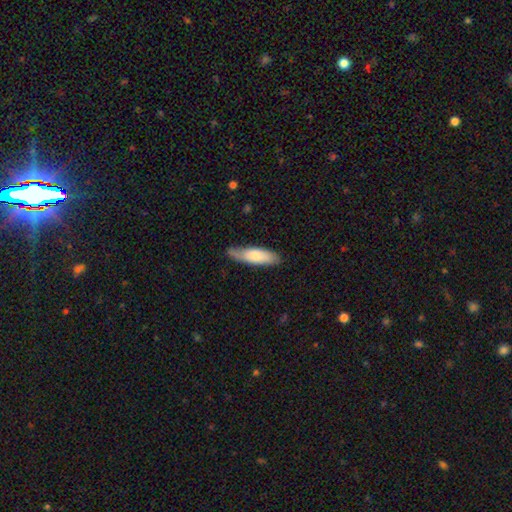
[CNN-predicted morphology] Overall: smooth (75%). How rounded: cigar-shaped (54%; in between 44%). Merging: none (73%).